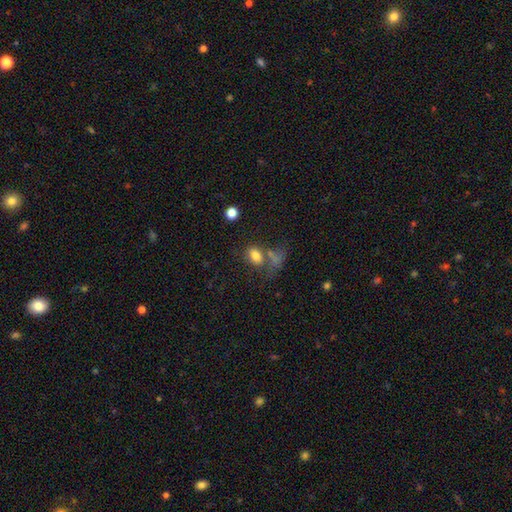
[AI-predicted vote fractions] smooth-or-featured: smooth: 80% | star or artifact: 12% | featured or disk: 9%
  how-rounded: in between: 78% | round: 21% | cigar-shaped: 2%
  merging: none: 51% | merger: 25% | minor disturbance: 15% | major disturbance: 9%